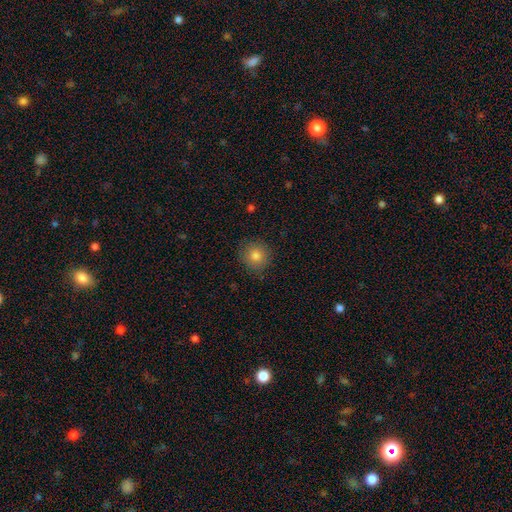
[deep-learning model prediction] This is clearly a smooth galaxy (82%). How rounded: clearly round (92%). Merging: clearly none (88%).